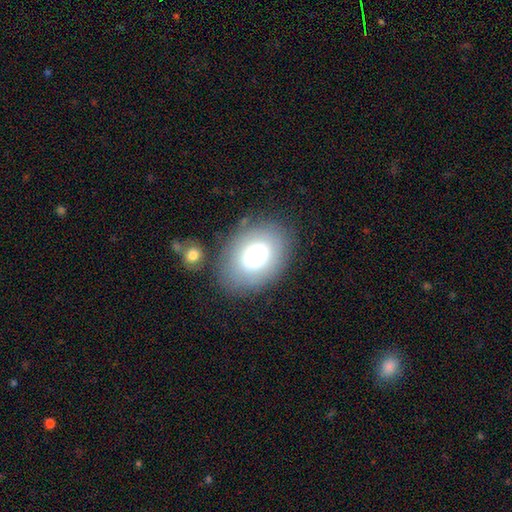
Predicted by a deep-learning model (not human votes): Overall: smooth (73%). How rounded: in between (70%). Merging: none (78%).